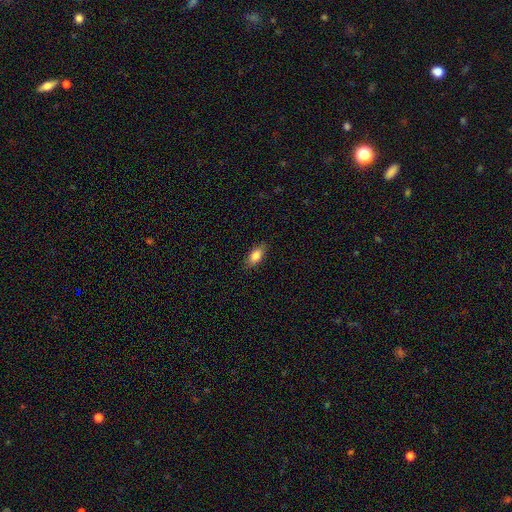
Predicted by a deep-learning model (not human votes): Q: Smooth or featured?
A: smooth (84%); runner-up: featured or disk (9%)
Q: How rounded?
A: in between (87%); runner-up: cigar-shaped (9%)
Q: Merging?
A: none (86%); runner-up: minor disturbance (11%)